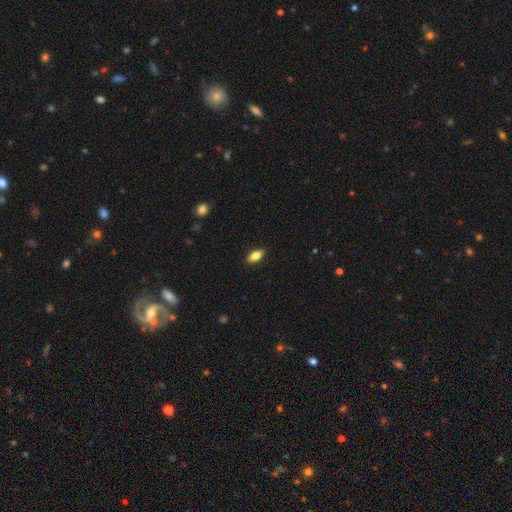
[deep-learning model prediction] A smooth galaxy with no disk features (79%) that is in between round and cigar-shaped (87%). Merging: none (88%).